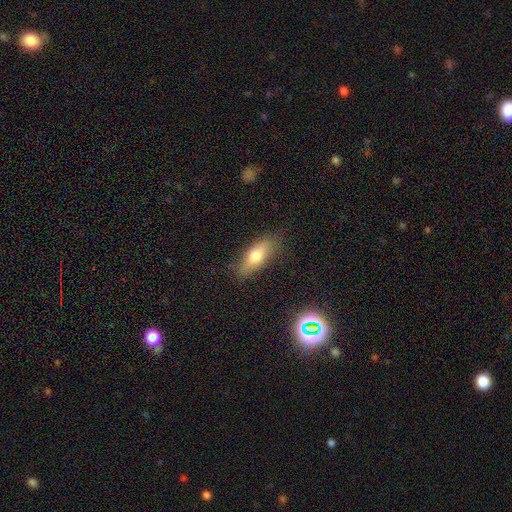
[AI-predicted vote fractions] The model was most divided on "how rounded": in between: 69%, cigar-shaped: 27%, round: 4%. More confident: merging — none (81%); smooth or featured — smooth (69%).